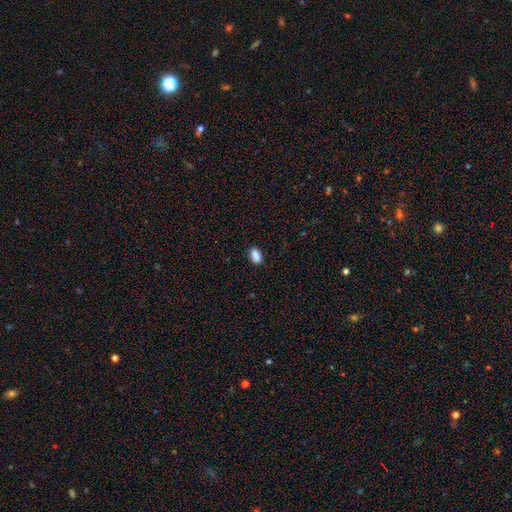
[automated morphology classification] This is clearly a smooth galaxy (89%). How rounded: clearly in between (90%). Merging: clearly none (86%).